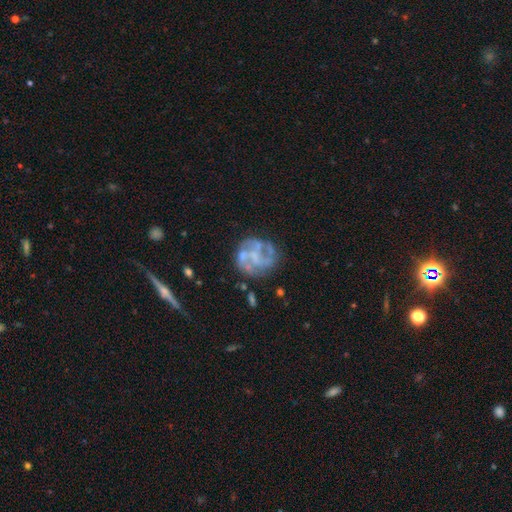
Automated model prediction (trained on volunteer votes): Smooth or featured? featured or disk (76%)
Edge-on disk? no (98%)
Bar? no (64%)
Spiral arms? yes (66%)
Bulge size? none (55%)
Merging? none (63%)